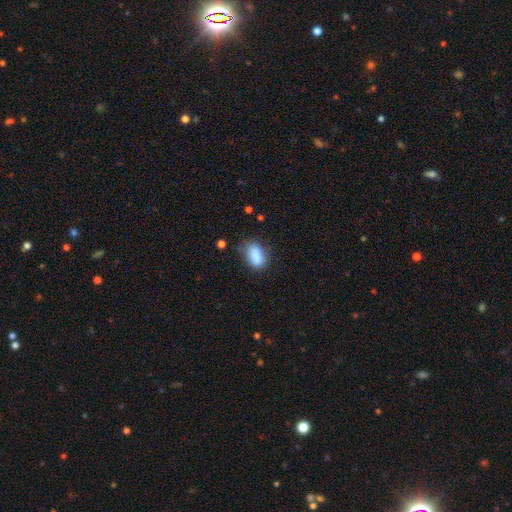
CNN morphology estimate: Smooth or featured?
  - smooth: 85% *
  - star or artifact: 9%
  - featured or disk: 7%
How rounded?
  - in between: 88% *
  - round: 9%
  - cigar-shaped: 3%
Merging?
  - none: 59% *
  - minor disturbance: 28%
  - major disturbance: 9%
  - merger: 4%